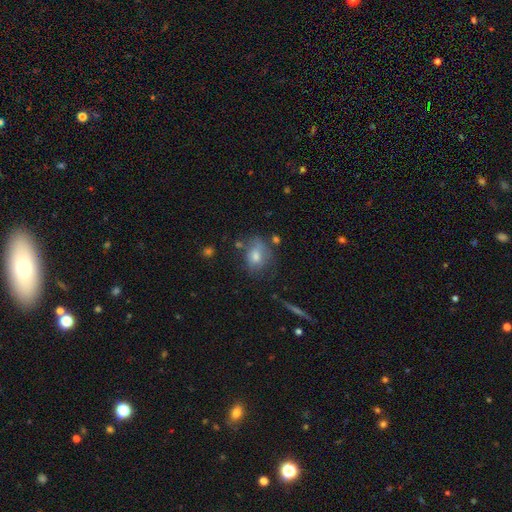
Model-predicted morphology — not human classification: Smooth or featured? smooth (66%)
How rounded? in between (56%)
Merging? none (63%)